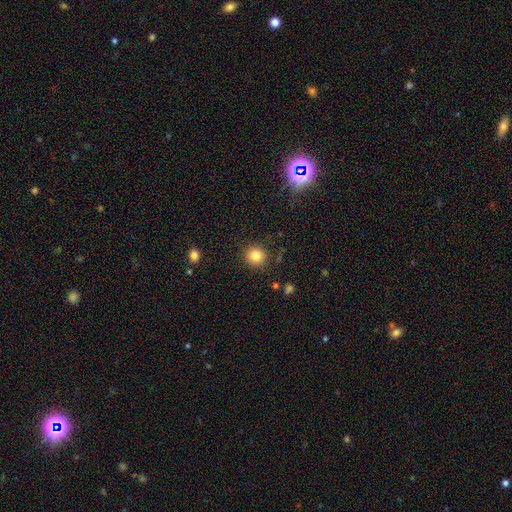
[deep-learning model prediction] A smooth galaxy with no disk features (83%) that is round (92%). Merging: none (88%).